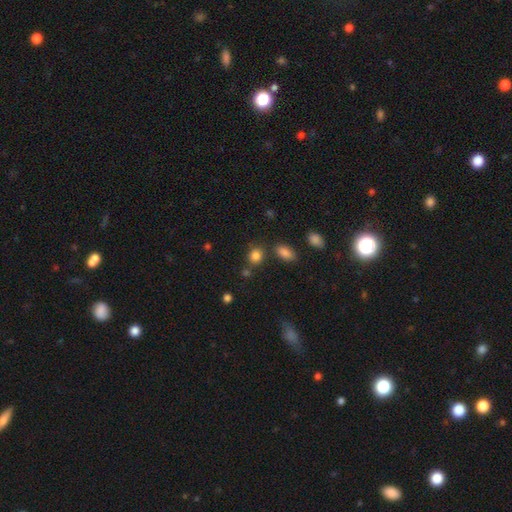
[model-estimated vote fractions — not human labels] Smooth or featured?
  - smooth: 84% *
  - star or artifact: 12%
  - featured or disk: 5%
How rounded?
  - round: 65% *
  - in between: 33%
  - cigar-shaped: 1%
Merging?
  - none: 72% *
  - minor disturbance: 12%
  - merger: 11%
  - major disturbance: 4%